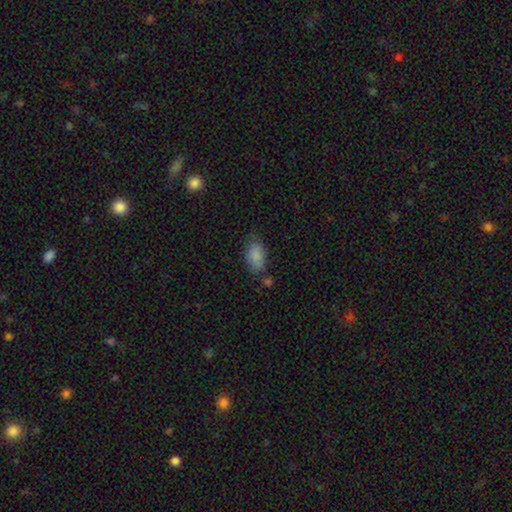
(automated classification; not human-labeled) smooth-or-featured: smooth: 85% | featured or disk: 8% | star or artifact: 7%
  how-rounded: in between: 93% | round: 5% | cigar-shaped: 3%
  merging: none: 64% | minor disturbance: 25% | major disturbance: 7% | merger: 5%